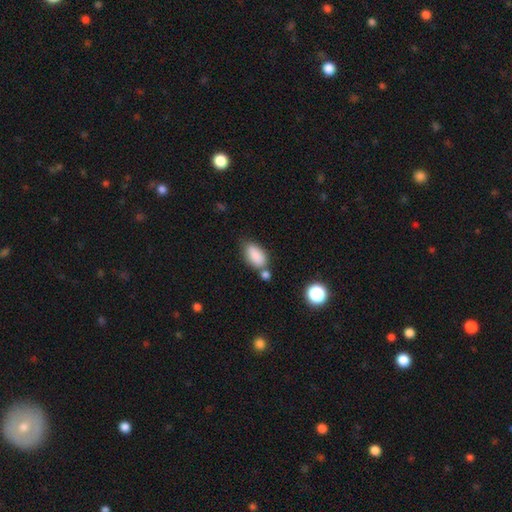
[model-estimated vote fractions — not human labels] Q: Smooth or featured?
A: smooth (86%); runner-up: star or artifact (8%)
Q: How rounded?
A: in between (92%); runner-up: round (5%)
Q: Merging?
A: none (52%); runner-up: merger (23%)